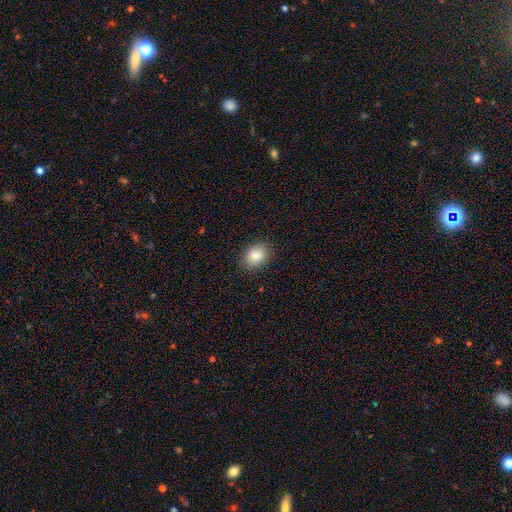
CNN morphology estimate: This is clearly a smooth galaxy (86%). How rounded: likely in between (65%). Merging: clearly none (87%).